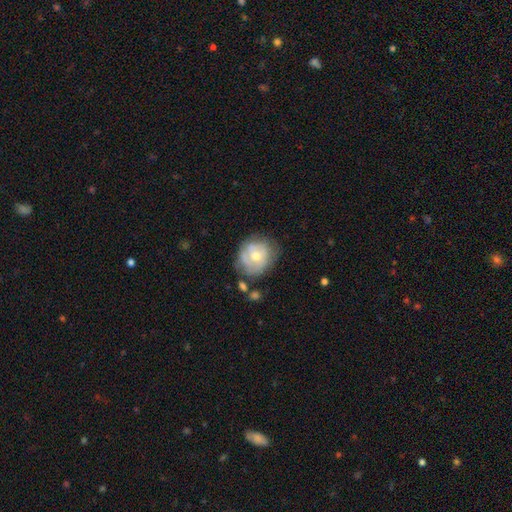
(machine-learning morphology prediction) This is possibly a featured or disk galaxy (55%). It is clearly not viewed edge-on (97%). Bar: likely no (79%). Spiral arm pattern: possibly yes (55%). Central bulge: likely moderate (65%). Merging: possibly none (59%).